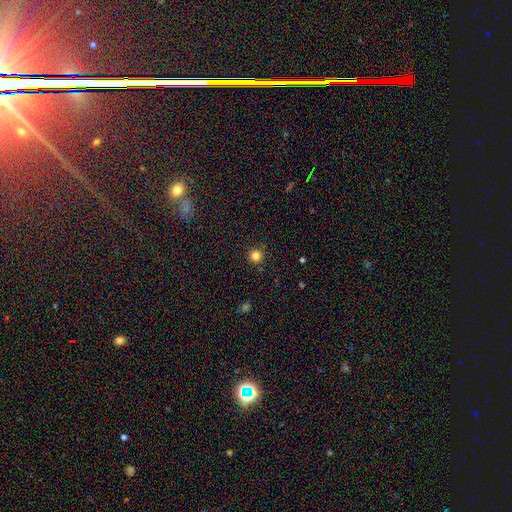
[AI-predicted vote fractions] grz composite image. It shows a smooth galaxy with no disk features (82%) that is round (96%). Merging: none (93%).